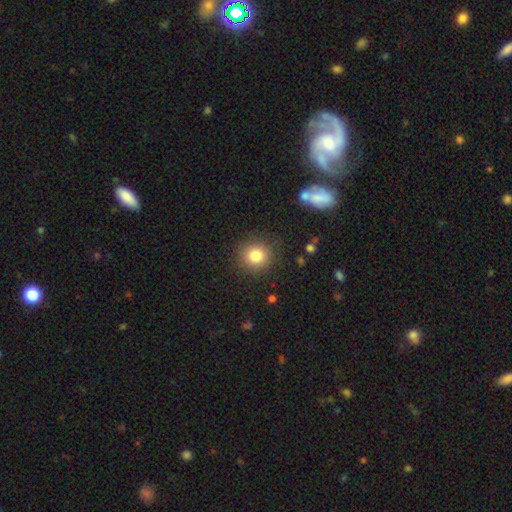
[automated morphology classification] smooth_or_featured: smooth (p=0.82) [alt: star or artifact p=0.11]
how_rounded: round (p=0.90) [alt: in between p=0.09]
merging: none (p=0.87) [alt: minor disturbance p=0.08]